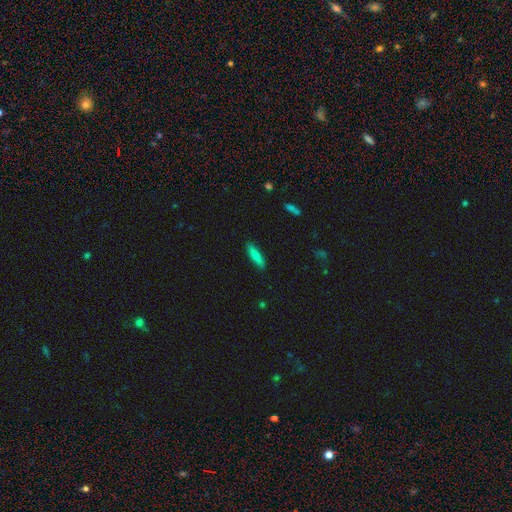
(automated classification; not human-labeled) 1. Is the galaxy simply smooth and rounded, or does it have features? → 72% smooth, 21% featured or disk, 7% star or artifact.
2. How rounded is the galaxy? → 72% cigar-shaped, 26% in between, 2% round.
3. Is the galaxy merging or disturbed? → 88% none, 9% minor disturbance, 2% major disturbance, 1% merger.